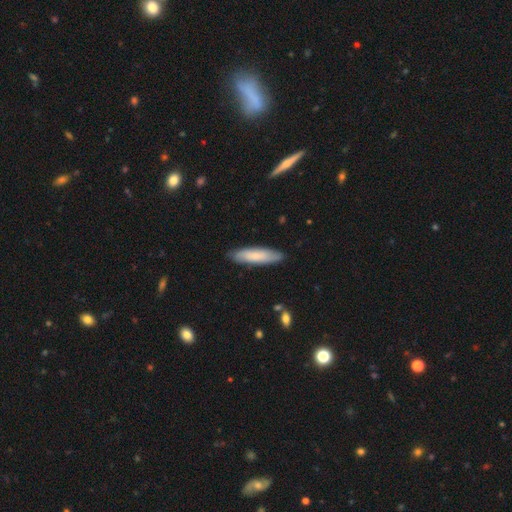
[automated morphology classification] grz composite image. It shows a smooth galaxy with no disk features (75%) that is cigar-shaped (73%). Merging: none (87%).